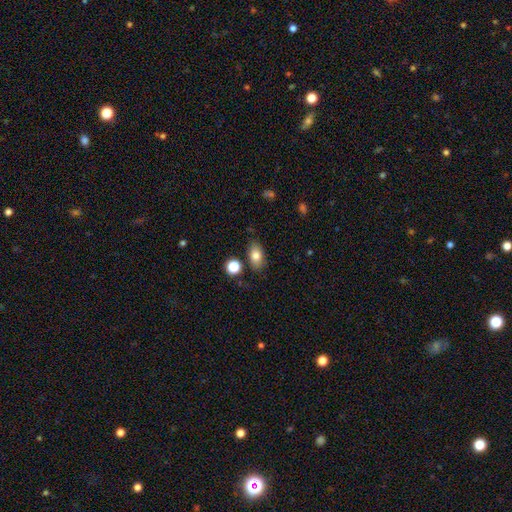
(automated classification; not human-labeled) Morphology: type=smooth (80%); roundness=in between (87%); merging=none (81%).